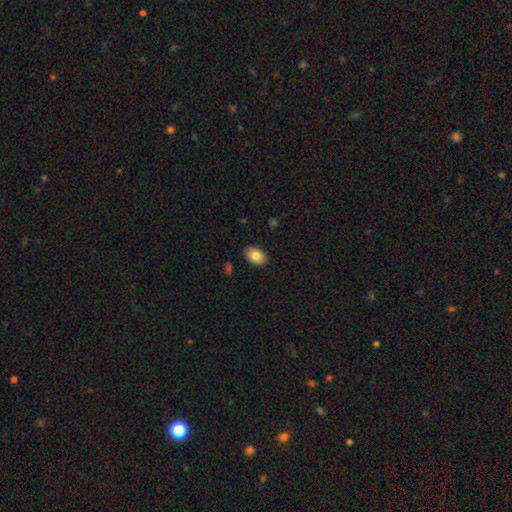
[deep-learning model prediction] This appears to be a smooth galaxy with no disk features (83%) that is in between round and cigar-shaped (86%). Merging: none (88%).